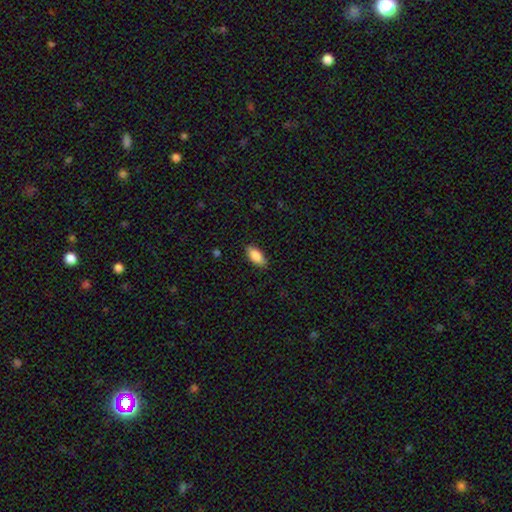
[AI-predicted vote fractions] smooth-or-featured: smooth: 85% | featured or disk: 9% | star or artifact: 6%
  how-rounded: in between: 87% | cigar-shaped: 10% | round: 2%
  merging: none: 87% | minor disturbance: 10% | major disturbance: 2% | merger: 1%